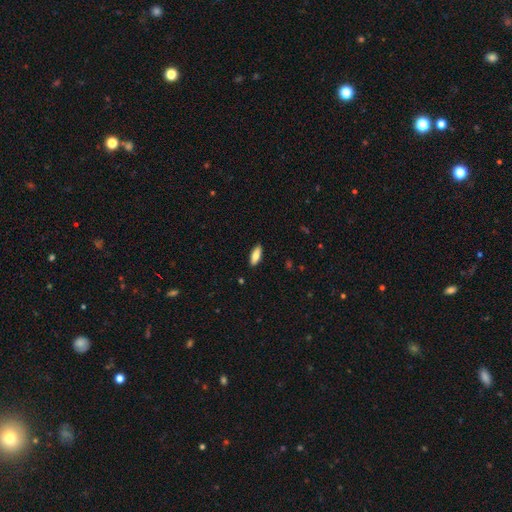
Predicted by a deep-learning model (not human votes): Smooth or featured? Predicted: smooth (p=0.77). How rounded? Predicted: in between (p=0.71). Merging? Predicted: none (p=0.89).